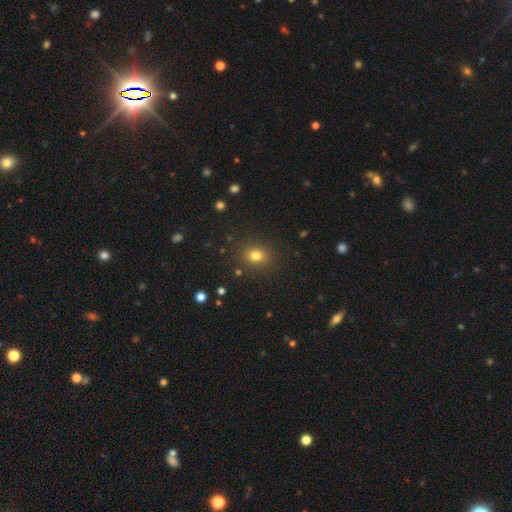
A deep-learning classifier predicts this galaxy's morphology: Q: Smooth or featured?
A: smooth (77%); runner-up: star or artifact (15%)
Q: How rounded?
A: round (60%); runner-up: in between (39%)
Q: Merging?
A: none (86%); runner-up: minor disturbance (9%)